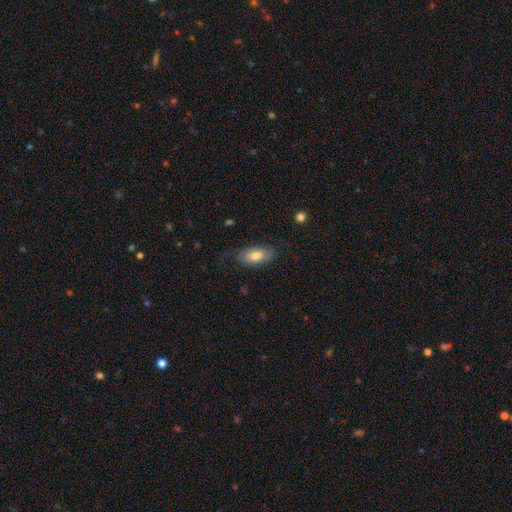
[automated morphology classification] Smooth or featured? Predicted: smooth (p=0.72). How rounded? Predicted: in between (p=0.89). Merging? Predicted: none (p=0.68).